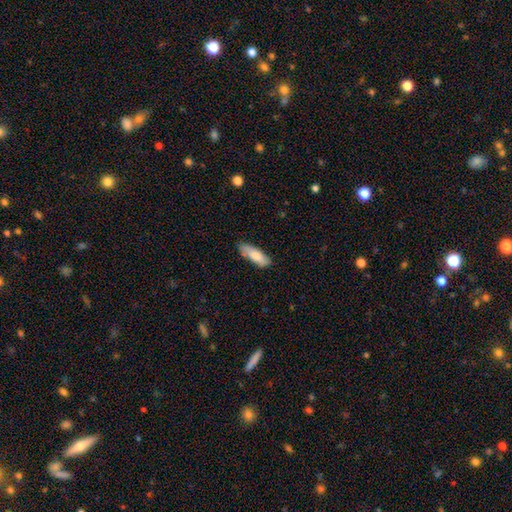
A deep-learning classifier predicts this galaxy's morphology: Smooth or featured? smooth (81%)
How rounded? in between (54%)
Merging? none (77%)